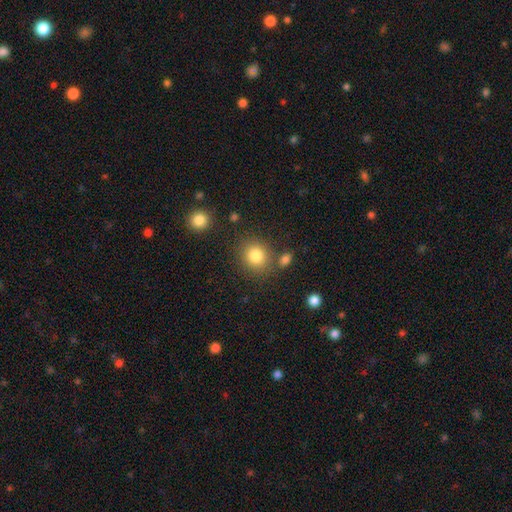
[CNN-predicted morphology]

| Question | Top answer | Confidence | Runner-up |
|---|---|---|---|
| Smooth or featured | smooth | 83% | star or artifact (10%) |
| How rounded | round | 81% | in between (18%) |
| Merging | none | 76% | minor disturbance (10%) |